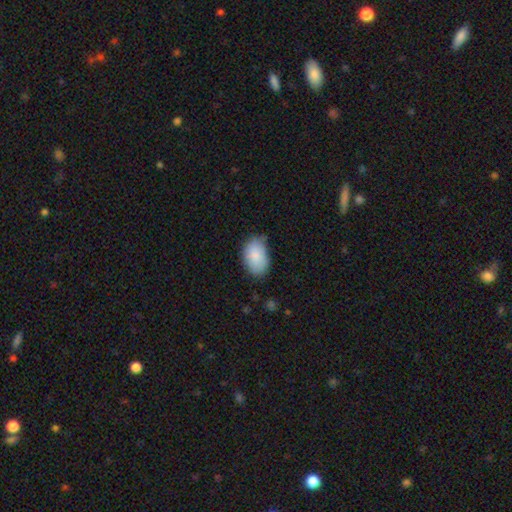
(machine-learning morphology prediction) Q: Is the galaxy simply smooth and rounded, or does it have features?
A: smooth — 85%.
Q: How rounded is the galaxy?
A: in between — 90%.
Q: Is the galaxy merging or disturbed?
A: none — 67%.